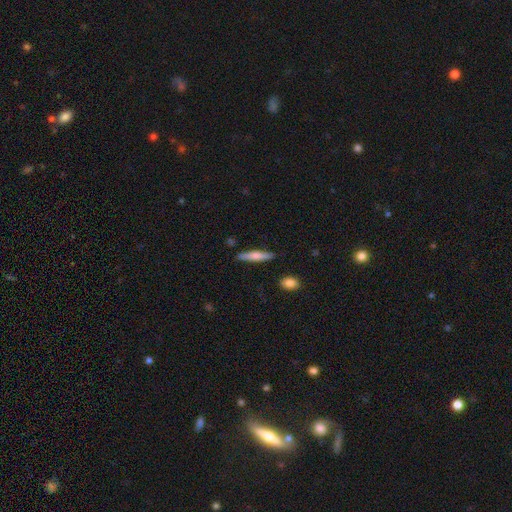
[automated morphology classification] The model was most divided on "smooth or featured": smooth: 60%, featured or disk: 34%, star or artifact: 6%. More confident: how rounded — cigar-shaped (89%); merging — none (87%).